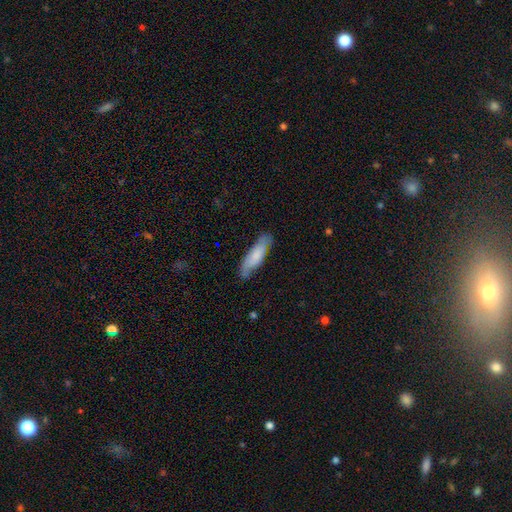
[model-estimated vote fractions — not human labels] Smooth or featured? smooth (69%)
How rounded? cigar-shaped (59%)
Merging? none (72%)